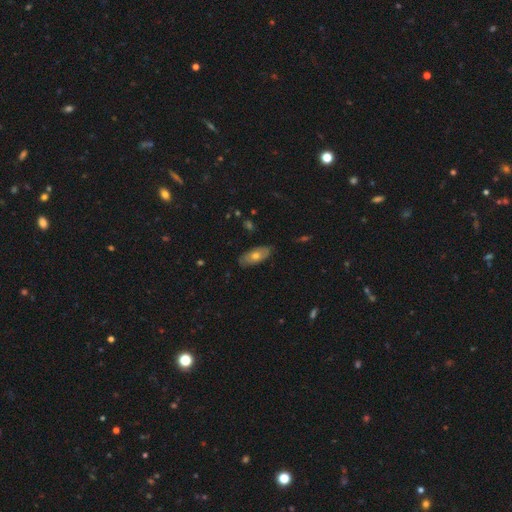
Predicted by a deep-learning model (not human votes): The model was most divided on "smooth or featured": smooth: 57%, featured or disk: 36%, star or artifact: 7%. More confident: how rounded — in between (87%); merging — none (84%).